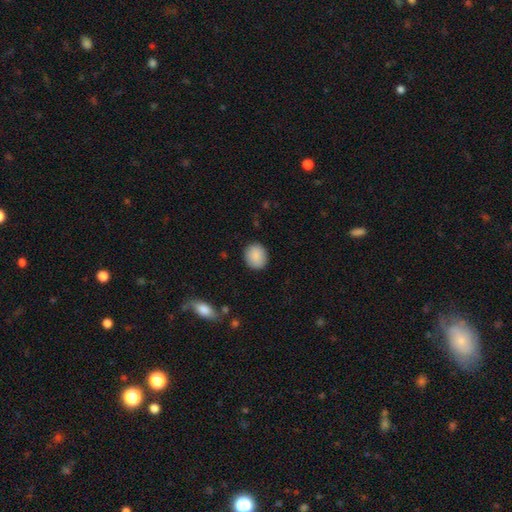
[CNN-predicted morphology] A smooth galaxy with no disk features (89%) that is round (75%). Merging: none (89%).